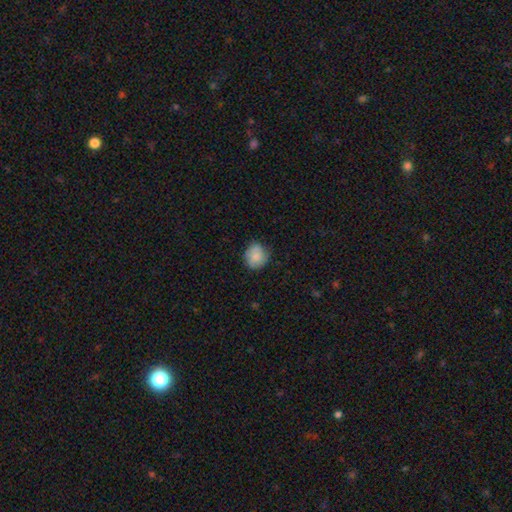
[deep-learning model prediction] This appears to be a smooth galaxy with no disk features (81%) that is round (81%). Merging: none (75%).